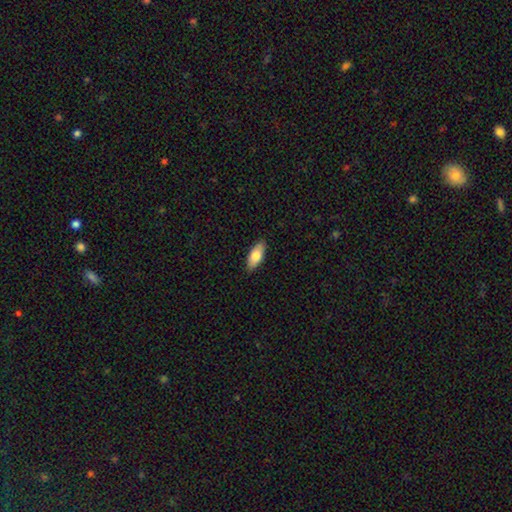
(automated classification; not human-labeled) The model was most divided on "smooth or featured": smooth: 76%, featured or disk: 19%, star or artifact: 6%. More confident: merging — none (88%); how rounded — in between (83%).